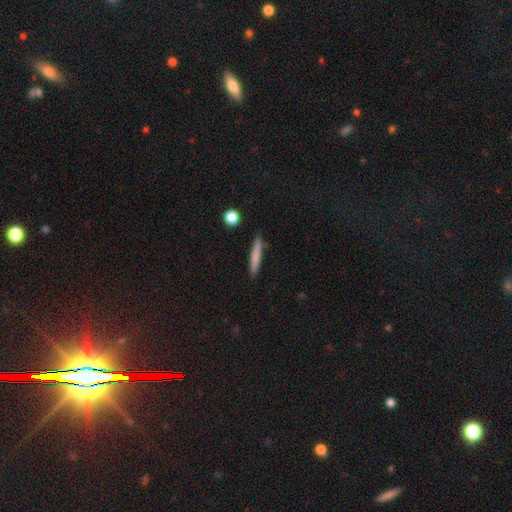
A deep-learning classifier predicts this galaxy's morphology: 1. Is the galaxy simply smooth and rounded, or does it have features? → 75% smooth, 18% featured or disk, 6% star or artifact.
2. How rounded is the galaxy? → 94% cigar-shaped, 4% in between, 1% round.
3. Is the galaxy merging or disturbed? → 87% none, 9% minor disturbance, 2% major disturbance, 2% merger.